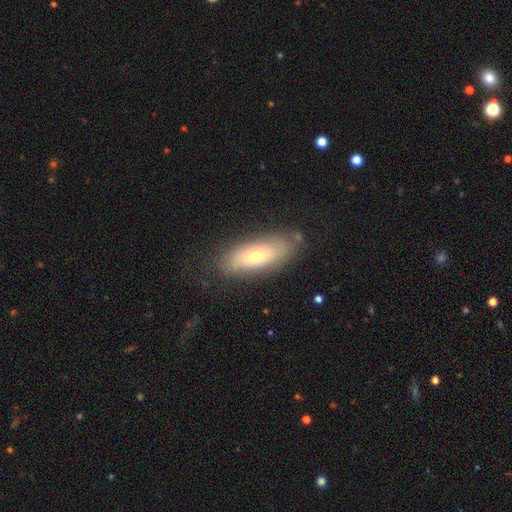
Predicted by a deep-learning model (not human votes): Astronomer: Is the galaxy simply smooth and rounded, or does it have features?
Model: smooth — 58% (runner-up: featured or disk, 34%).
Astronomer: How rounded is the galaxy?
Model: in between — 75%.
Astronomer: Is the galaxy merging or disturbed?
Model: none — 76%.